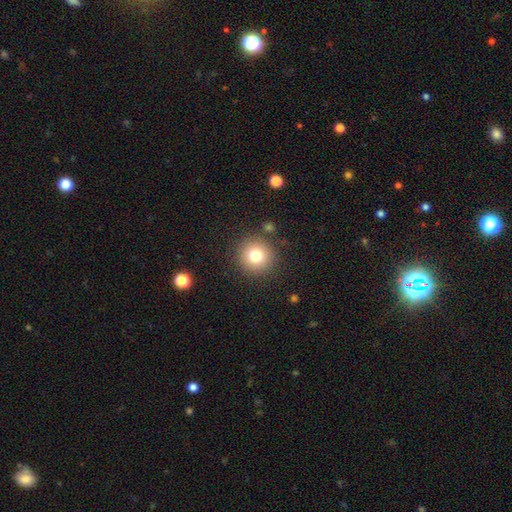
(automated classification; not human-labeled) Morphology: type=smooth (77%); roundness=round (94%); merging=none (87%).